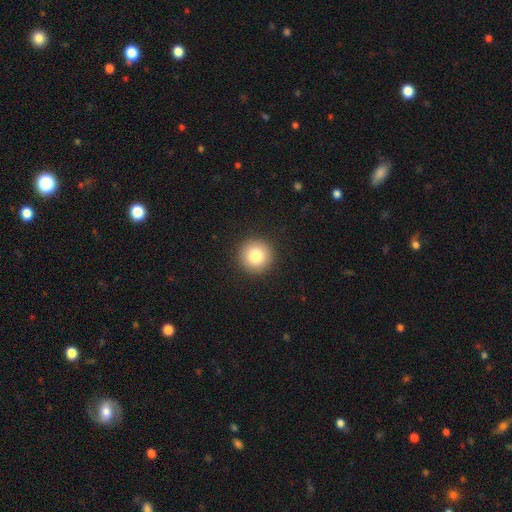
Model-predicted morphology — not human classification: Smooth or featured? smooth (83%)
How rounded? round (96%)
Merging? none (92%)